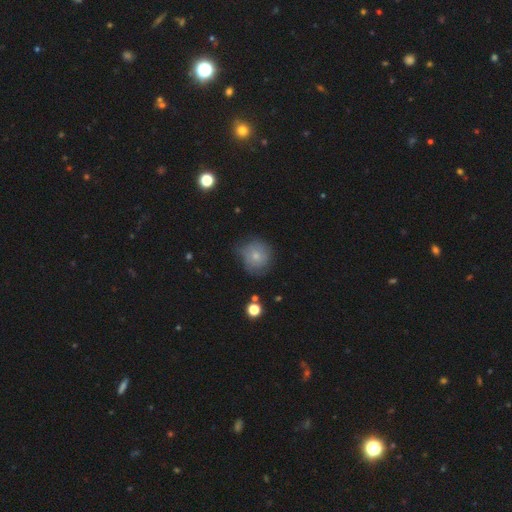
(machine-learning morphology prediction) Smooth or featured: smooth — 67% (featured or disk — 23%)
How rounded: round — 85% (in between — 14%)
Merging: none — 59% (minor disturbance — 29%)